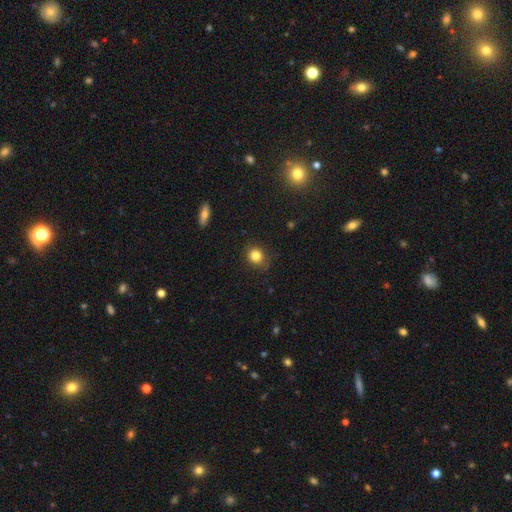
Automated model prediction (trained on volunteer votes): Smooth or featured? Predicted: smooth (p=0.83). How rounded? Predicted: round (p=0.81). Merging? Predicted: none (p=0.81).